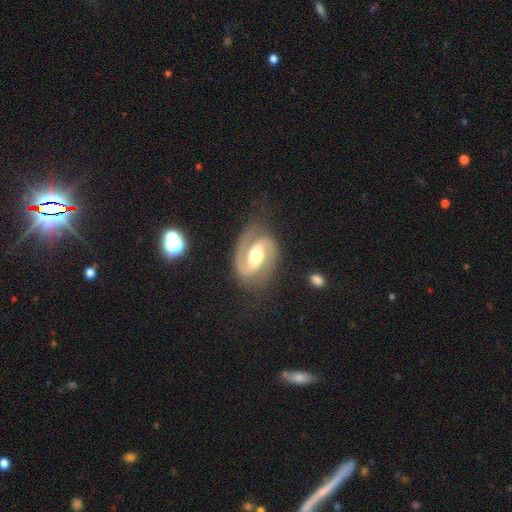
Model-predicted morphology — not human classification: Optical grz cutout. It shows a featured or disk galaxy (90%) with a strong bar (43%), 2 (92%) medium (55%) spiral arms (97%) and a moderate central bulge (67%). Merging: none (74%).